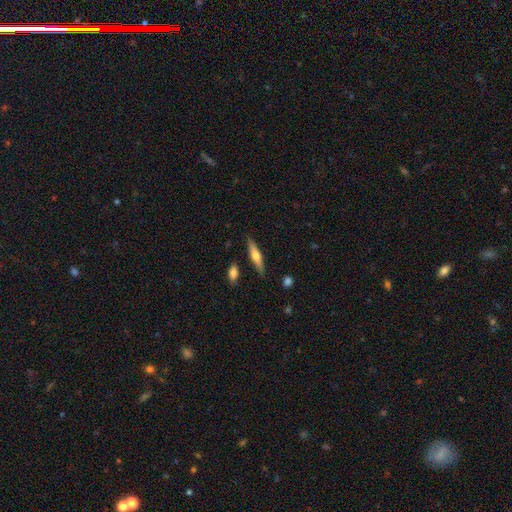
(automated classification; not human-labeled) smooth-or-featured: featured or disk: 49% | smooth: 45% | star or artifact: 6%
  merging: none: 85% | minor disturbance: 9% | merger: 3% | major disturbance: 2%